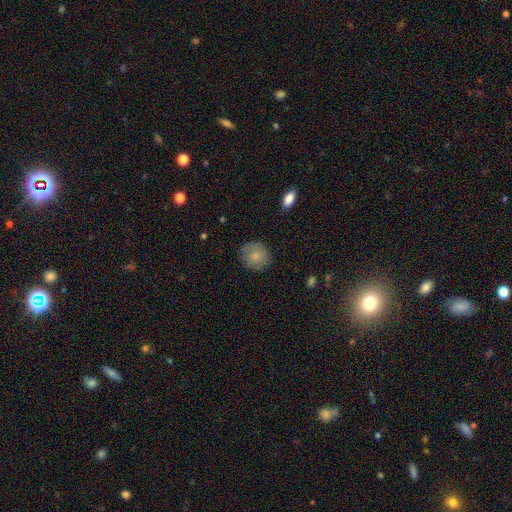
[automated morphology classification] Smooth or featured? Predicted: smooth (p=0.80). How rounded? Predicted: round (p=0.81). Merging? Predicted: none (p=0.80).